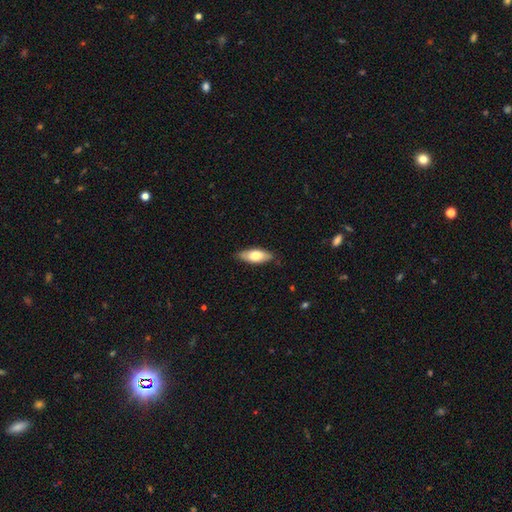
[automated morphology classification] smooth-or-featured: smooth: 70% | featured or disk: 24% | star or artifact: 6%
  how-rounded: in between: 79% | cigar-shaped: 19% | round: 2%
  merging: none: 82% | minor disturbance: 15% | major disturbance: 2% | merger: 1%